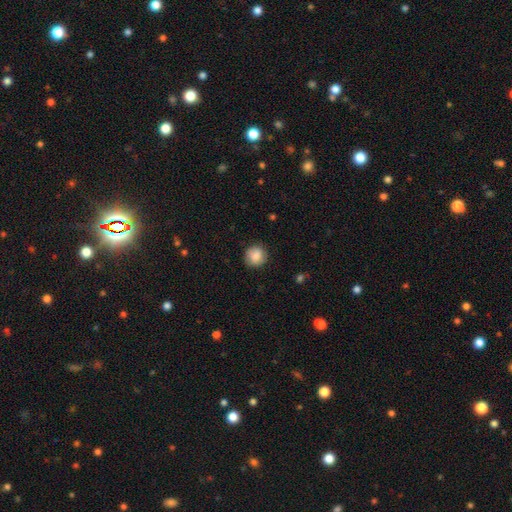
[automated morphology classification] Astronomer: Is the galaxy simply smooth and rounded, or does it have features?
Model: smooth — 83%.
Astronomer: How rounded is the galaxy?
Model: round — 91%.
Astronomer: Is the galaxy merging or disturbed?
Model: none — 85%.